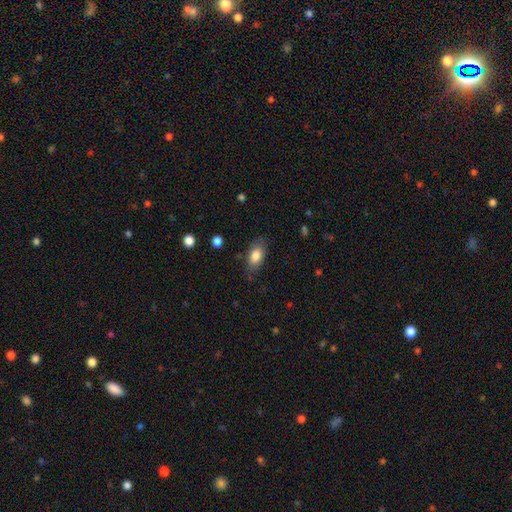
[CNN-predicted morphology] Overall: smooth (81%). How rounded: in between (88%). Merging: none (76%).